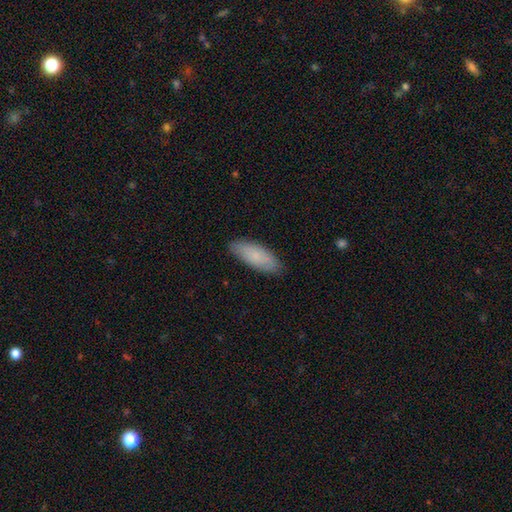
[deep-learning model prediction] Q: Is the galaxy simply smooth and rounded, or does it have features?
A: smooth — 77%.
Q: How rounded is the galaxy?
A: in between — 68%.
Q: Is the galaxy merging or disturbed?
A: none — 85%.